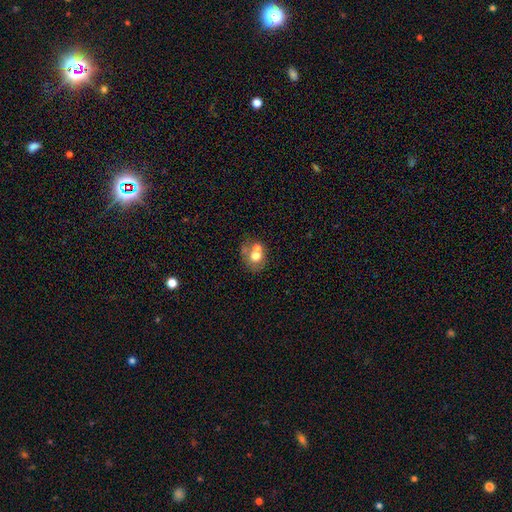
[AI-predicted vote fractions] Morphology: type=smooth (62%); roundness=round (65%); merging=merger (45%).